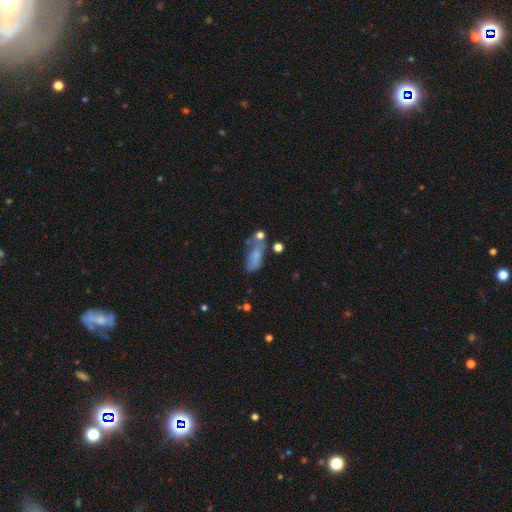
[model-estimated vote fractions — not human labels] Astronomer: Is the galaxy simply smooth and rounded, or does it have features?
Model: smooth — 63%.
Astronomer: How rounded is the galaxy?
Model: in between — 79%.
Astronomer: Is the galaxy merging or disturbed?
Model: none — 35% (runner-up: minor disturbance, 28%).